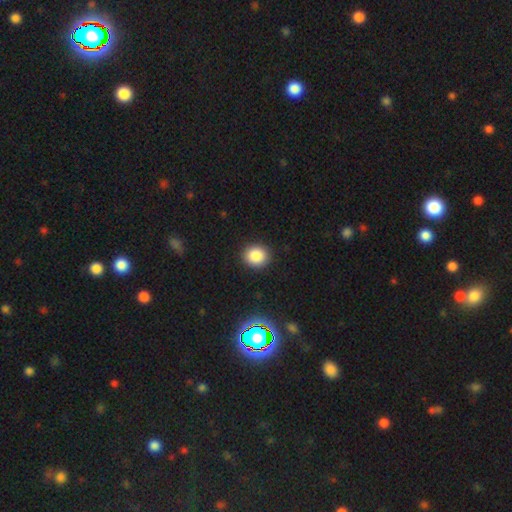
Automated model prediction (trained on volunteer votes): A smooth galaxy with no disk features (84%) that is round (81%). Merging: none (91%).